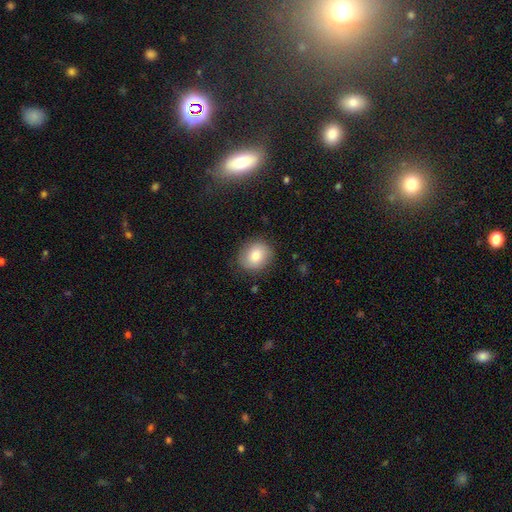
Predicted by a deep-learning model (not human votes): The model was most divided on "how rounded": round: 74%, in between: 25%, cigar-shaped: 1%. More confident: merging — none (85%); smooth or featured — smooth (79%).